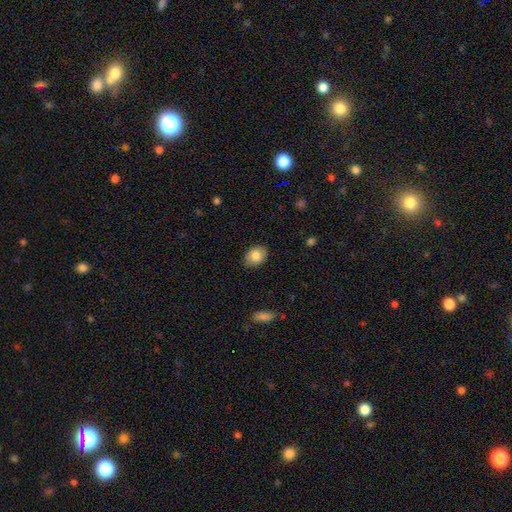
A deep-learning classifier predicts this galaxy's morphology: smooth-or-featured: smooth: 83% | featured or disk: 9% | star or artifact: 8%
  how-rounded: in between: 62% | round: 37% | cigar-shaped: 1%
  merging: none: 86% | minor disturbance: 11% | major disturbance: 2% | merger: 1%